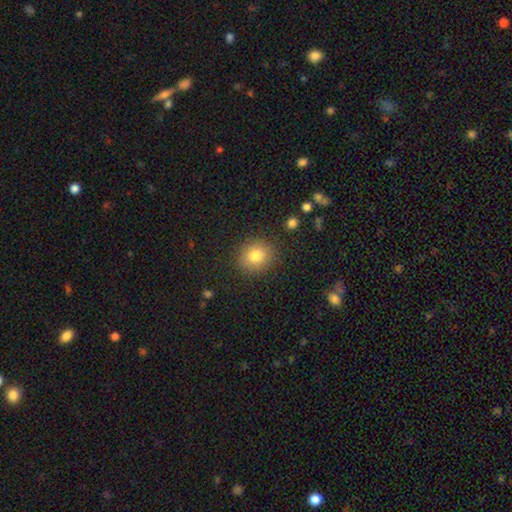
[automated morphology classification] smooth_or_featured: smooth (p=0.81) [alt: star or artifact p=0.10]
how_rounded: round (p=0.76) [alt: in between p=0.23]
merging: none (p=0.86) [alt: minor disturbance p=0.09]